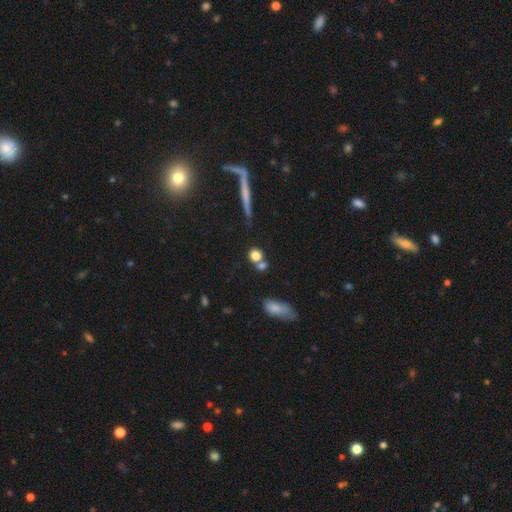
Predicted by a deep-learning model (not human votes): Morphology: type=smooth (78%); roundness=round (78%); merging=none (55%).